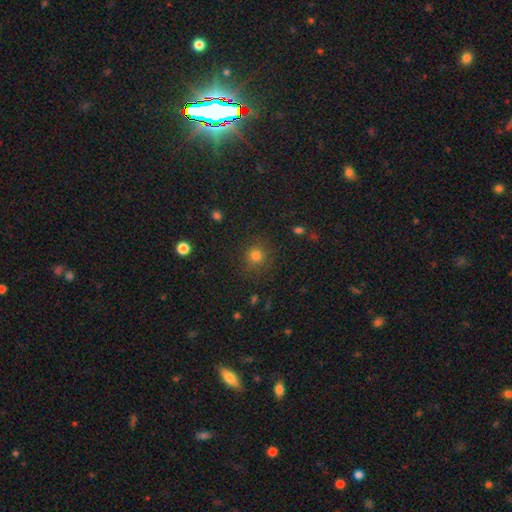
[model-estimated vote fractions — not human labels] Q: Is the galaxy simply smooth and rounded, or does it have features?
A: smooth — 79%.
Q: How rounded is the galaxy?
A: round — 91%.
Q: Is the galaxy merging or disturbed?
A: none — 84%.